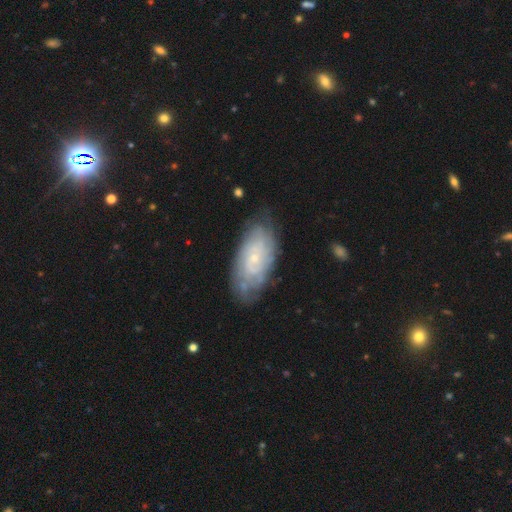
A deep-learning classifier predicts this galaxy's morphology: Smooth or featured? Predicted: featured or disk (p=0.61). Edge-on disk? Predicted: no (p=0.90). Bar? Predicted: no (p=0.76). Spiral arms? Predicted: yes (p=0.79). Bulge size? Predicted: small (p=0.80). Merging? Predicted: none (p=0.78).